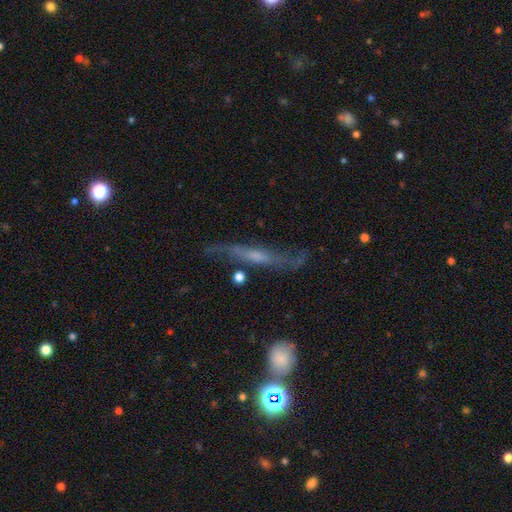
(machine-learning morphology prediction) Smooth or featured: featured or disk — 71% (smooth — 18%)
Edge-on disk: yes — 60% (no — 40%)
Merging: none — 64% (minor disturbance — 20%)